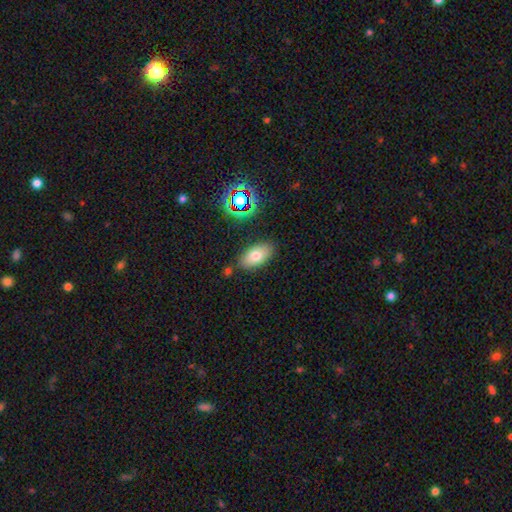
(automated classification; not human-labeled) Q: Smooth or featured?
A: smooth (75%); runner-up: featured or disk (14%)
Q: How rounded?
A: in between (92%); runner-up: round (5%)
Q: Merging?
A: none (80%); runner-up: minor disturbance (12%)